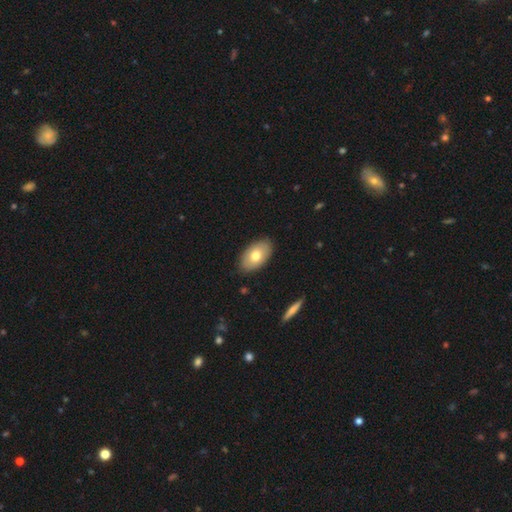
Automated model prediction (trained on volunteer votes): Morphology: type=smooth (72%); roundness=in between (93%); merging=none (87%).